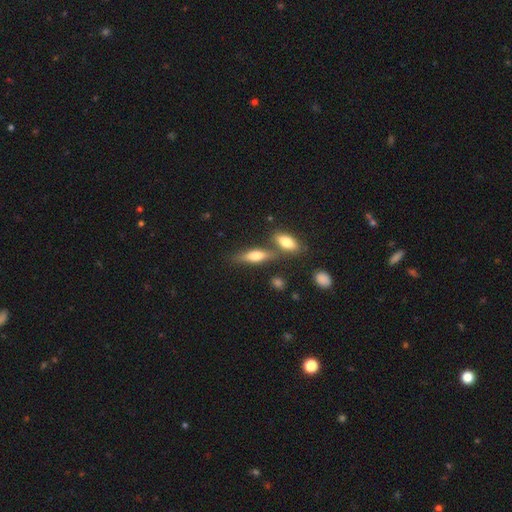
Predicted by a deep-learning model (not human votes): smooth_or_featured: smooth (p=0.61) [alt: featured or disk p=0.31]
how_rounded: in between (p=0.52) [alt: cigar-shaped p=0.44]
merging: none (p=0.61) [alt: merger p=0.23]